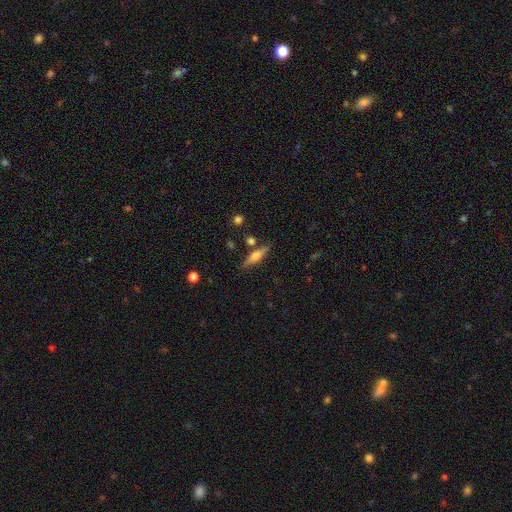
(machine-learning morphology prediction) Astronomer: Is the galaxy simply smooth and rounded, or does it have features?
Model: smooth — 46%, tied with featured or disk at 46%.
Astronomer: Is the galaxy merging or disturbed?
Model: none — 80%.